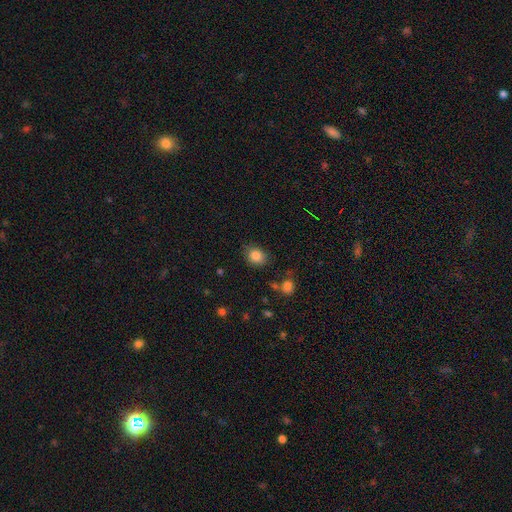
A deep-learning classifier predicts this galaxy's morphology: This is clearly a smooth galaxy (84%). How rounded: possibly round (53%). Merging: likely none (78%).